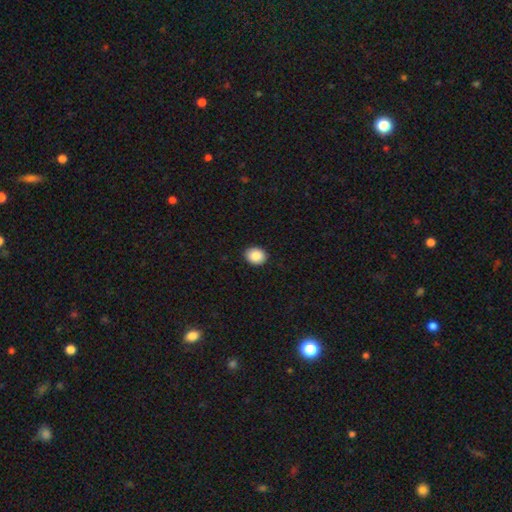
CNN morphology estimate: A smooth galaxy with no disk features (87%) that is round (54%).

Vote fractions:
- Smooth or featured? smooth: 87% / star or artifact: 8% / featured or disk: 5%
- How rounded? round: 54% / in between: 45% / cigar-shaped: 1%
- Merging? none: 91% / minor disturbance: 6% / major disturbance: 2% / merger: 1%